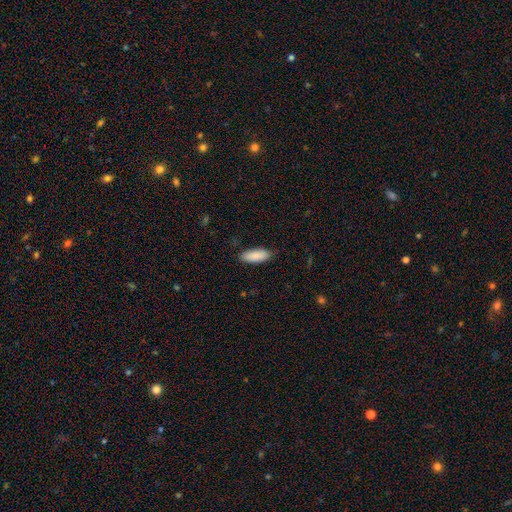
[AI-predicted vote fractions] A smooth galaxy with no disk features (89%) that is in between round and cigar-shaped (75%).

Vote fractions:
- Smooth or featured? smooth: 89% / star or artifact: 6% / featured or disk: 6%
- How rounded? in between: 75% / cigar-shaped: 23% / round: 2%
- Merging? none: 85% / minor disturbance: 12% / major disturbance: 2% / merger: 1%